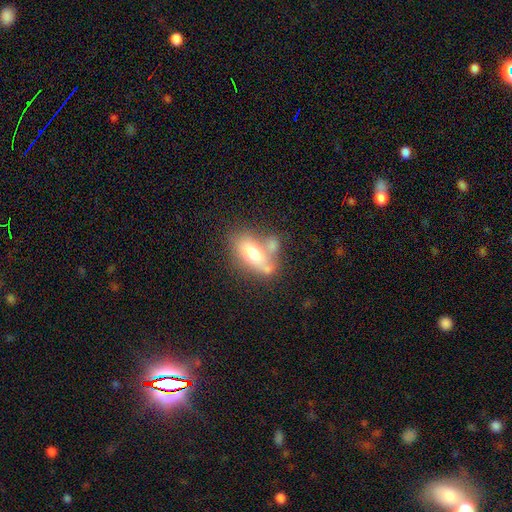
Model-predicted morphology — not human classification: smooth-or-featured: smooth: 66% | featured or disk: 26% | star or artifact: 8%
  how-rounded: in between: 85% | cigar-shaped: 8% | round: 7%
  merging: none: 38% | merger: 35% | minor disturbance: 17% | major disturbance: 10%